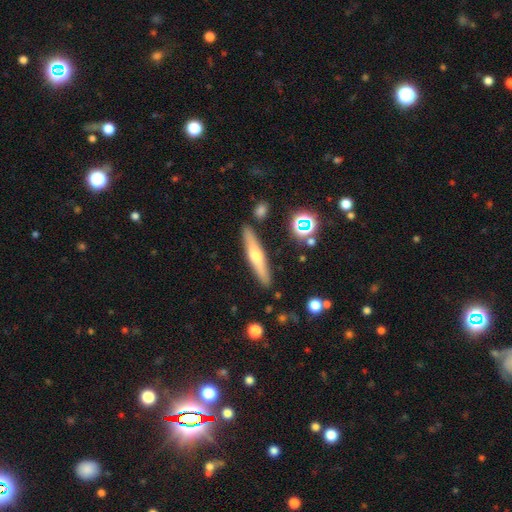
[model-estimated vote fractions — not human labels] A featured or disk galaxy (53%) viewed edge-on (93%).

Vote fractions:
- Smooth or featured? featured or disk: 53% / smooth: 40% / star or artifact: 8%
- Edge-on disk? yes: 93% / no: 7%
- Merging? none: 88% / minor disturbance: 8% / merger: 3% / major disturbance: 2%